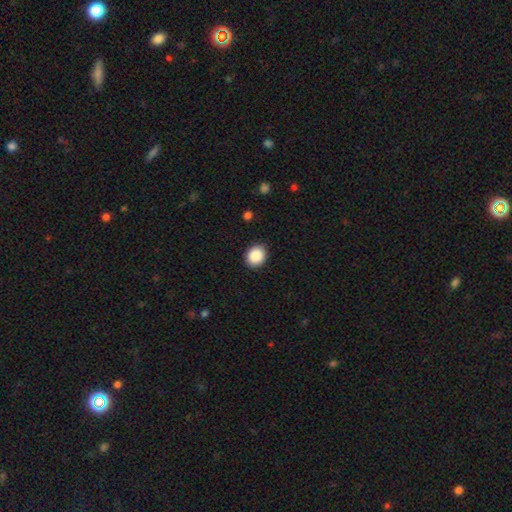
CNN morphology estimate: Q: Smooth or featured?
A: smooth (89%); runner-up: star or artifact (8%)
Q: How rounded?
A: round (68%); runner-up: in between (31%)
Q: Merging?
A: none (89%); runner-up: minor disturbance (8%)